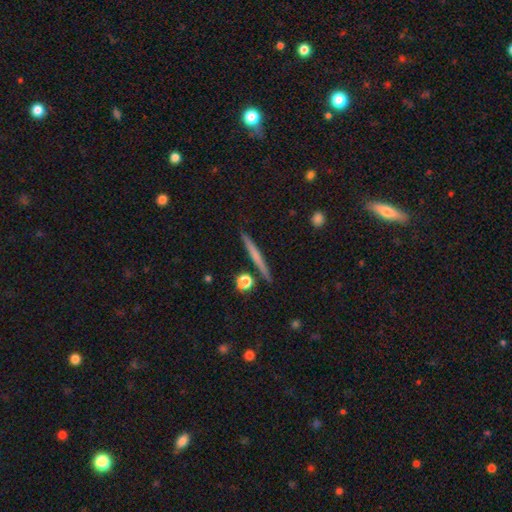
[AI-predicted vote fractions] A smooth galaxy with no disk features (49%). Merging: none (90%).